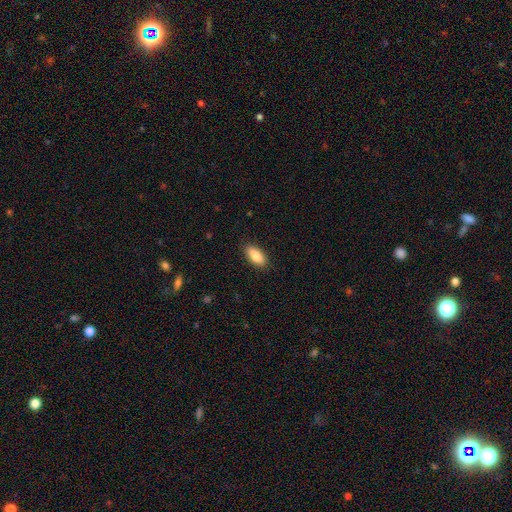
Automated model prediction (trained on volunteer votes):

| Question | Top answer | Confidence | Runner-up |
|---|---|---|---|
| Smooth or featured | smooth | 87% | star or artifact (6%) |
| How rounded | in between | 88% | cigar-shaped (9%) |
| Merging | none | 88% | minor disturbance (9%) |